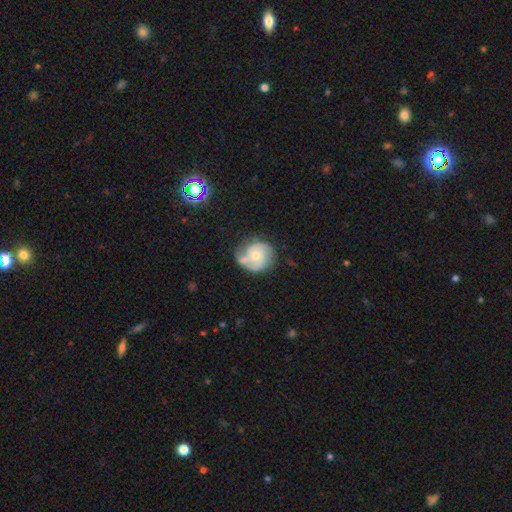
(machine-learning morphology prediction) The model was most divided on "spiral winding": tight: 48%, medium: 39%, loose: 13%. More confident: edge-on disk — no (98%); spiral arms — yes (90%); smooth or featured — featured or disk (72%); bar — no (72%); merging — none (58%); spiral arm count — 2 (54%); bulge size — moderate (52%).